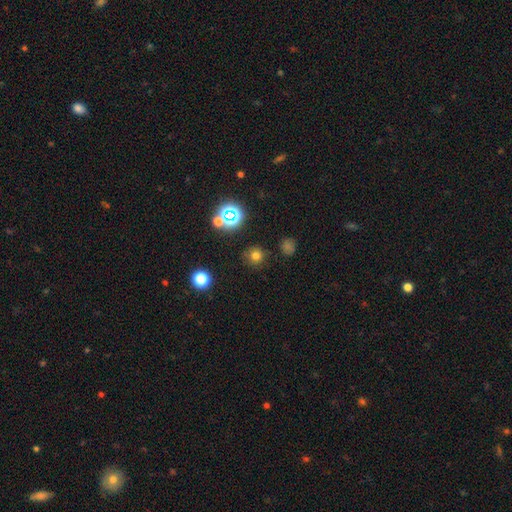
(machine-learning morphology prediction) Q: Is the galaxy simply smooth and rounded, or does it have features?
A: smooth — 69%.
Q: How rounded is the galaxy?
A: round — 93%.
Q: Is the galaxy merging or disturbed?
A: none — 86%.